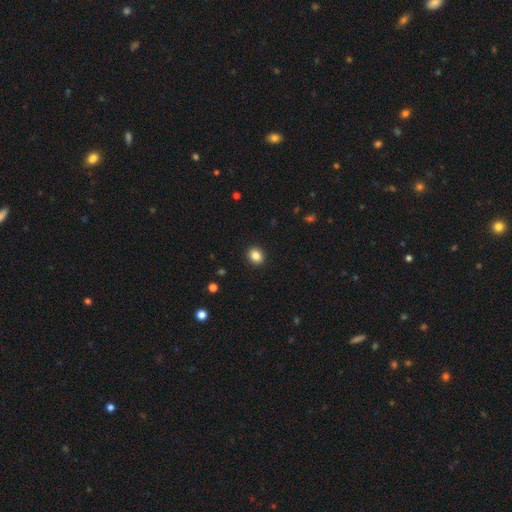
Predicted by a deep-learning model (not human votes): Morphology: type=smooth (86%); roundness=round (60%); merging=none (92%).